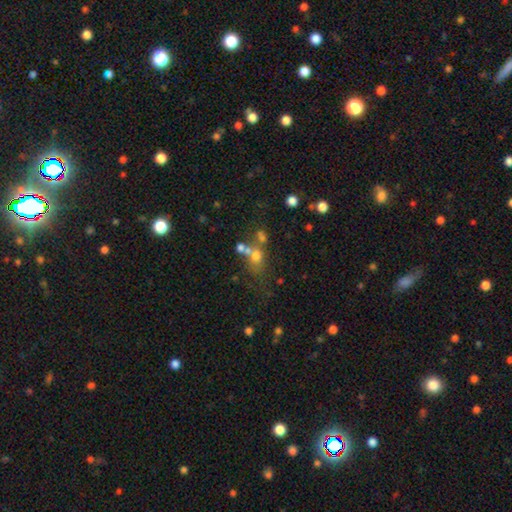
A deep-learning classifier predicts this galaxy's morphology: type=smooth (59%); roundness=round (64%); merging=merger (40%).